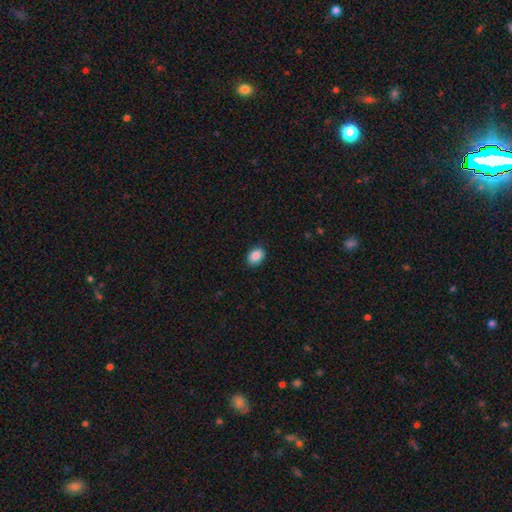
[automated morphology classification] A smooth galaxy with no disk features (89%) that is in between round and cigar-shaped (76%).

Vote fractions:
- Smooth or featured? smooth: 89% / star or artifact: 8% / featured or disk: 3%
- How rounded? in between: 76% / round: 23% / cigar-shaped: 1%
- Merging? none: 89% / minor disturbance: 9% / major disturbance: 2% / merger: 1%